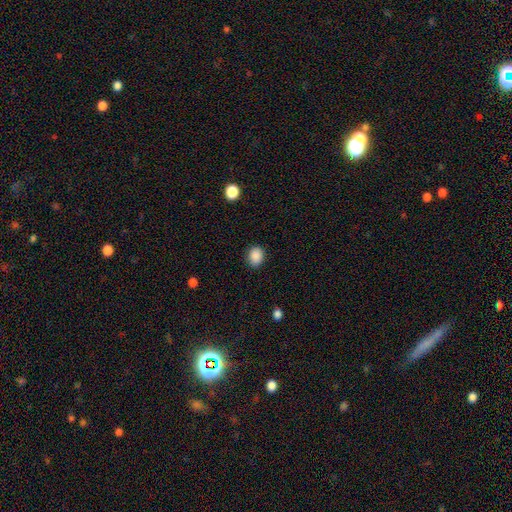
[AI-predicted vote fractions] Q: Smooth or featured?
A: smooth (88%); runner-up: star or artifact (9%)
Q: How rounded?
A: round (52%); runner-up: in between (47%)
Q: Merging?
A: none (86%); runner-up: minor disturbance (11%)